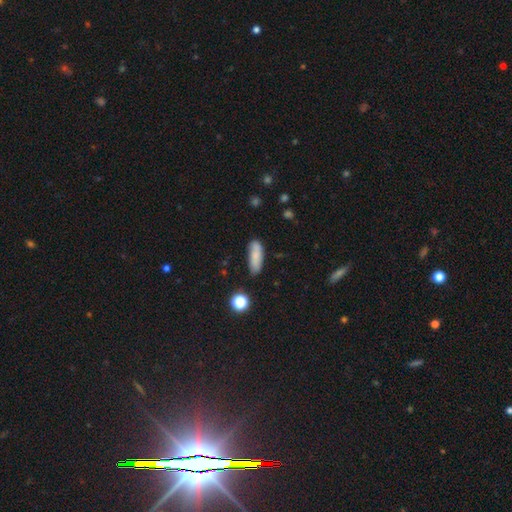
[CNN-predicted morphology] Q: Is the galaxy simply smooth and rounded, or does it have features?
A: smooth — 80%.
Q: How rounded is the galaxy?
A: in between — 63%.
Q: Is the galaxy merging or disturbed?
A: none — 70%.